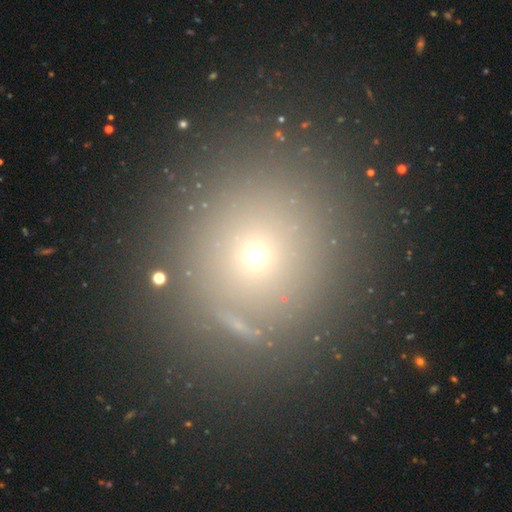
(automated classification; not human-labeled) Q: Smooth or featured?
A: smooth (57%); runner-up: star or artifact (30%)
Q: How rounded?
A: round (86%); runner-up: in between (13%)
Q: Merging?
A: none (84%); runner-up: minor disturbance (9%)